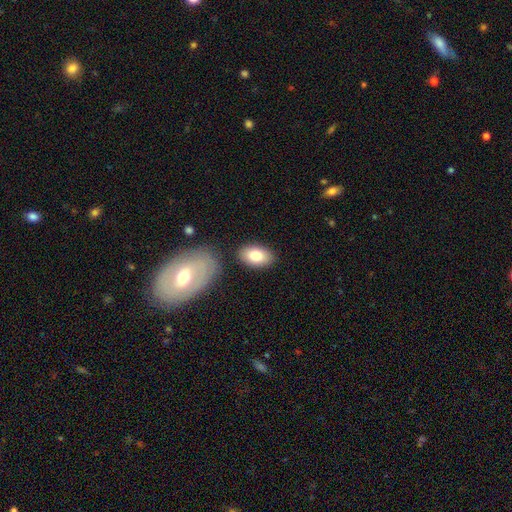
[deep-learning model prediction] smooth 80%, featured or disk 13%, star or artifact 7%. Down the decision tree: how rounded — in between (92%); merging — none (81%).